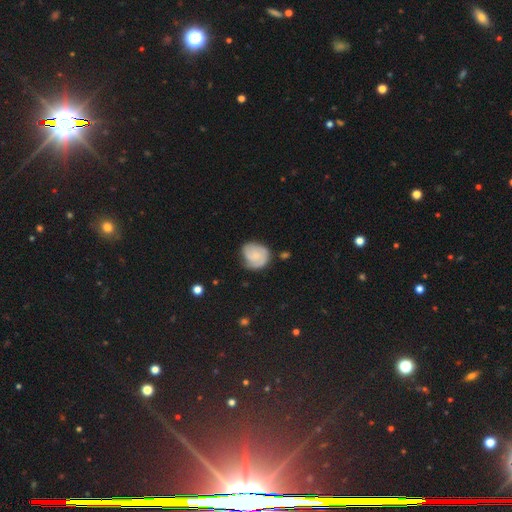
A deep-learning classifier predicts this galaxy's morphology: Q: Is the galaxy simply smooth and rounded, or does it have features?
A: featured or disk — 49%.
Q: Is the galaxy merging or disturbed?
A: none — 59%.